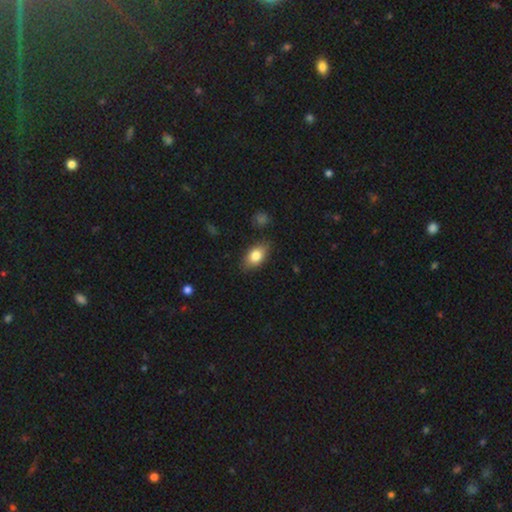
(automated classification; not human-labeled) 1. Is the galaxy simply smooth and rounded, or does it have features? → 80% smooth, 12% featured or disk, 8% star or artifact.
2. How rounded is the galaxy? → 86% in between, 10% round, 4% cigar-shaped.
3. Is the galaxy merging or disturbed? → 82% none, 13% minor disturbance, 3% major disturbance, 2% merger.